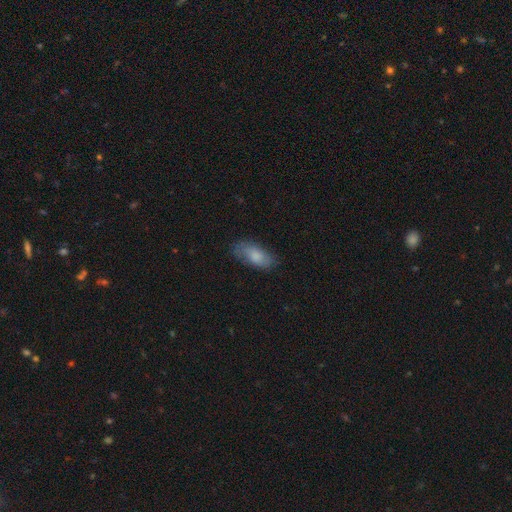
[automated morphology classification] Smooth or featured: smooth — 77% (featured or disk — 17%)
How rounded: in between — 87% (cigar-shaped — 10%)
Merging: none — 72% (minor disturbance — 21%)